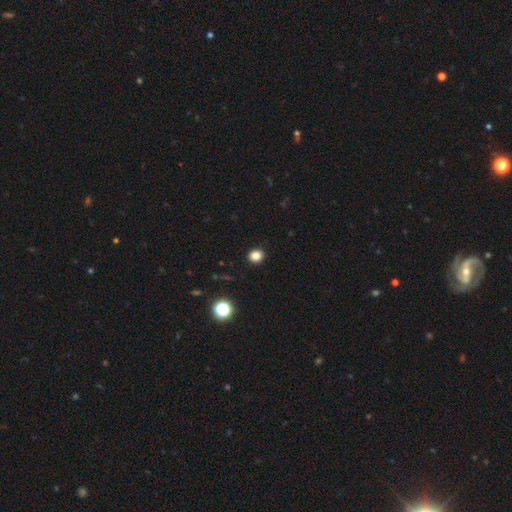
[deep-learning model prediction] A smooth galaxy with no disk features (83%) that is round (74%). Merging: none (92%).